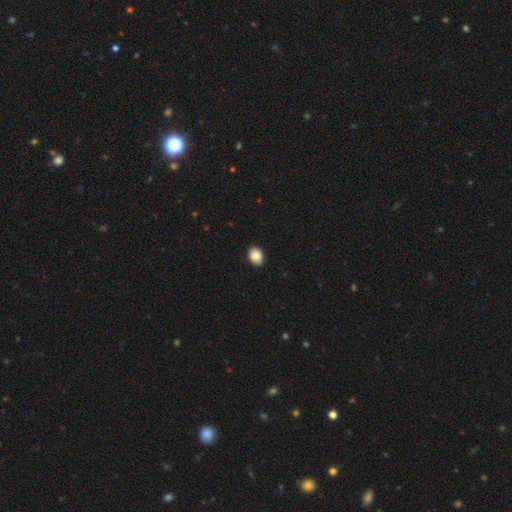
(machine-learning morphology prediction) Smooth or featured: smooth — 87% (star or artifact — 8%)
How rounded: in between — 69% (round — 30%)
Merging: none — 91% (minor disturbance — 7%)